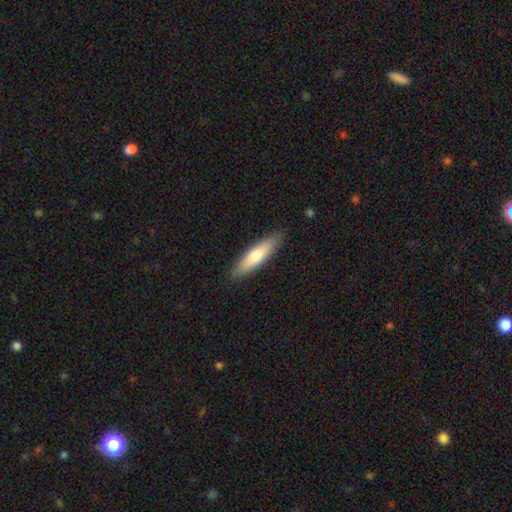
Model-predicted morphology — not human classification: Smooth or featured?
  - smooth: 69% *
  - featured or disk: 26%
  - star or artifact: 5%
How rounded?
  - cigar-shaped: 72% *
  - in between: 26%
  - round: 1%
Merging?
  - none: 88% *
  - minor disturbance: 9%
  - major disturbance: 2%
  - merger: 1%